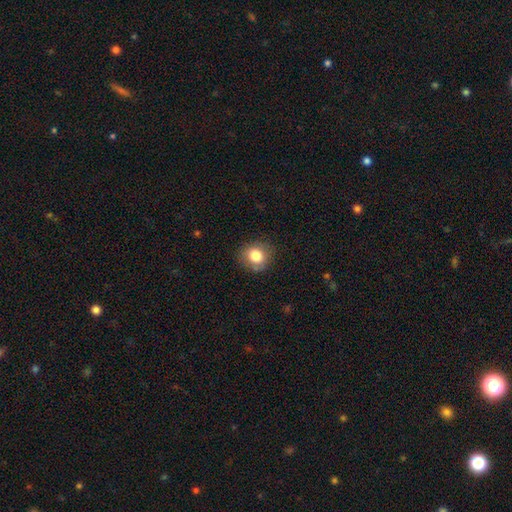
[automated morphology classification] Smooth or featured: smooth — 82% (star or artifact — 9%)
How rounded: round — 82% (in between — 17%)
Merging: none — 81% (minor disturbance — 14%)